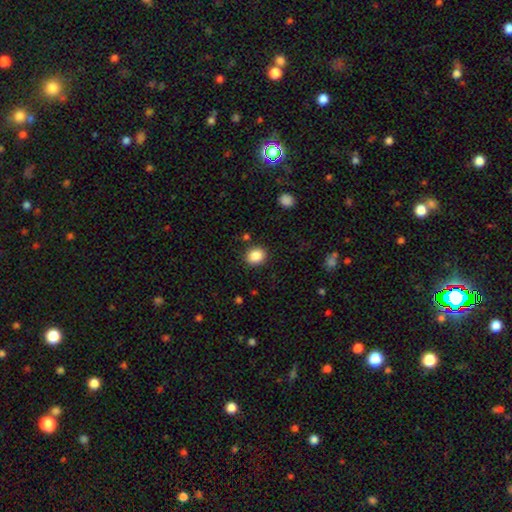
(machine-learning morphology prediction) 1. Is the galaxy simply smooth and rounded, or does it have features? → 87% smooth, 9% star or artifact, 4% featured or disk.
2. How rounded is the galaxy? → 71% round, 28% in between, 1% cigar-shaped.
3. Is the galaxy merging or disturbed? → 88% none, 8% minor disturbance, 3% major disturbance, 2% merger.